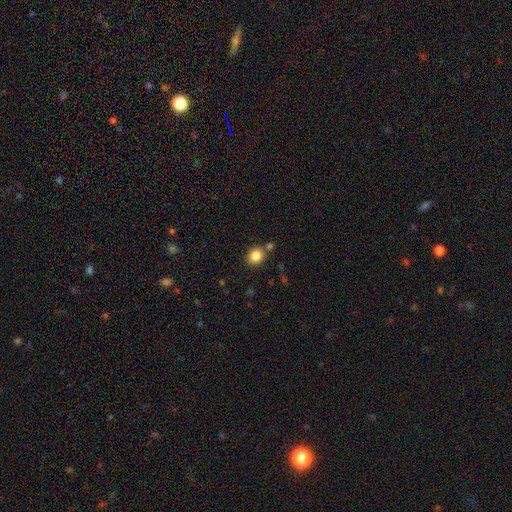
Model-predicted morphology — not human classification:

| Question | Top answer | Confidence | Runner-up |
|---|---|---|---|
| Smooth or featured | smooth | 84% | star or artifact (11%) |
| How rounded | round | 77% | in between (22%) |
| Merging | none | 78% | merger (10%) |